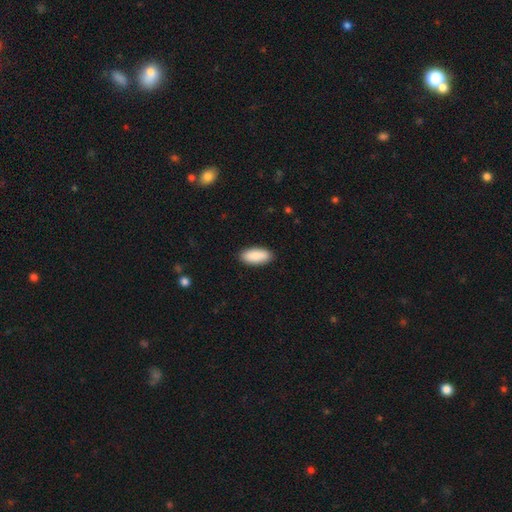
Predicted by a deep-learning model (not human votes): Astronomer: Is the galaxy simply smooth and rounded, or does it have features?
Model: smooth — 91%.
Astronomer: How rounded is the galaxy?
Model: in between — 90%.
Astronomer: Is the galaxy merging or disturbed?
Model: none — 90%.